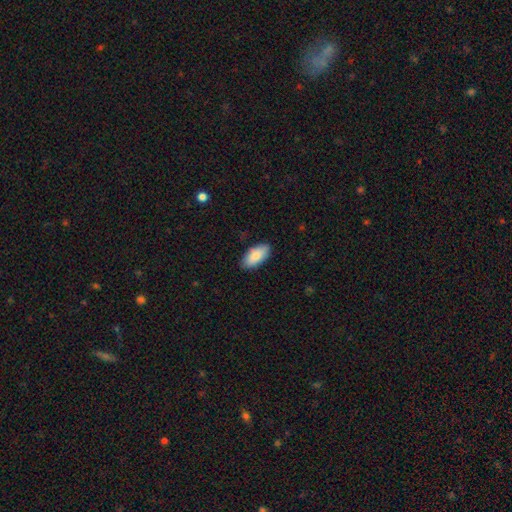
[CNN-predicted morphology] type=smooth (85%); roundness=in between (92%); merging=none (86%).